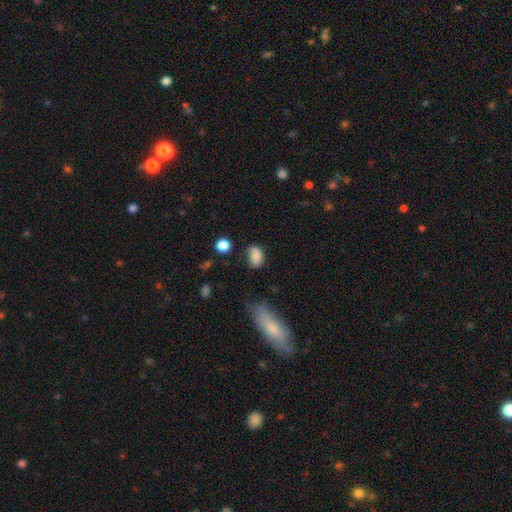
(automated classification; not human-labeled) Smooth or featured? smooth (80%)
How rounded? in between (81%)
Merging? none (49%)